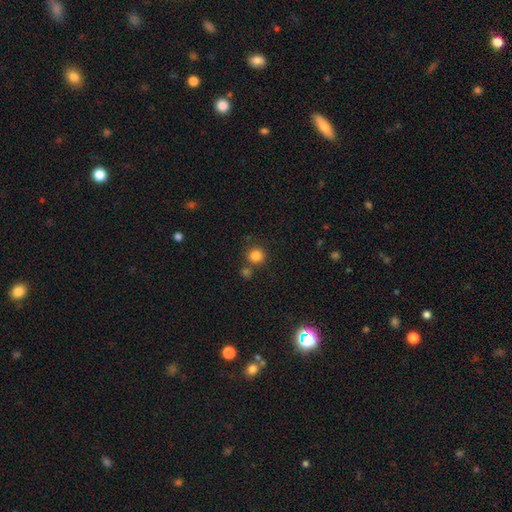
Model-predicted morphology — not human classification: smooth-or-featured: smooth: 83% | star or artifact: 12% | featured or disk: 5%
  how-rounded: round: 92% | in between: 7% | cigar-shaped: 1%
  merging: none: 77% | merger: 13% | minor disturbance: 8% | major disturbance: 3%